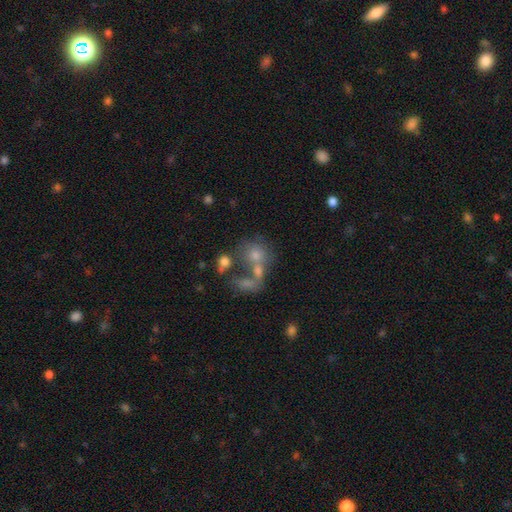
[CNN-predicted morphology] The model was most divided on "merging": merger: 44%, none: 35%, minor disturbance: 10%, major disturbance: 10%. More confident: how rounded — round (66%); smooth or featured — smooth (56%).